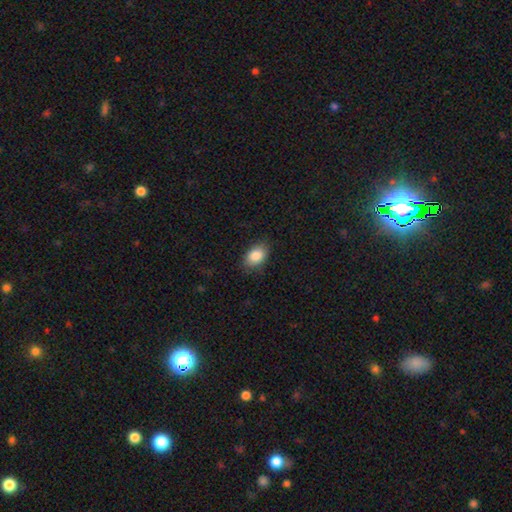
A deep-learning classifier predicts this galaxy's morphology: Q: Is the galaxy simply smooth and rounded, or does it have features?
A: smooth — 87%.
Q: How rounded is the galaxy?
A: in between — 85%.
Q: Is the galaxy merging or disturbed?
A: none — 83%.